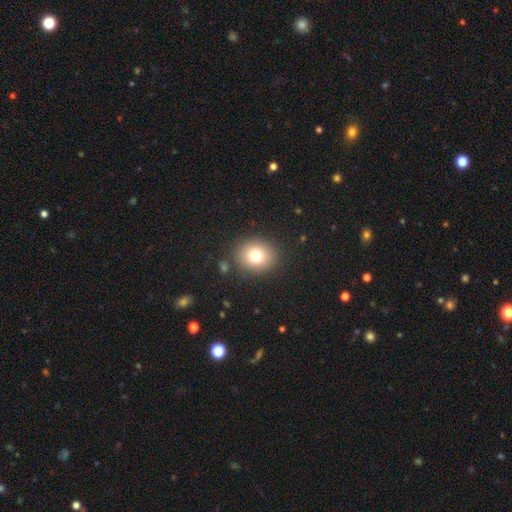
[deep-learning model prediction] Overall: smooth (75%). How rounded: round (74%). Merging: none (88%).